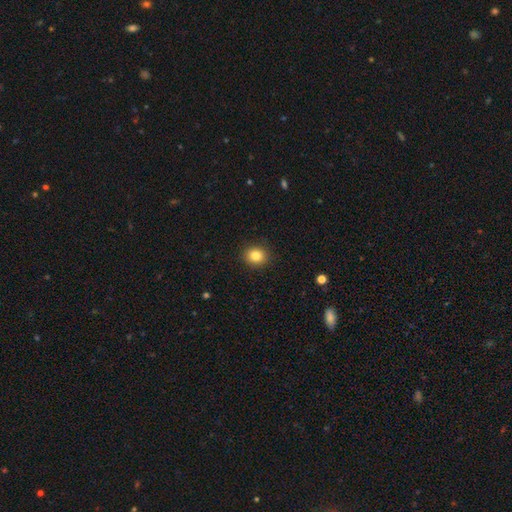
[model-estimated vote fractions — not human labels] Smooth or featured? Predicted: smooth (p=0.84). How rounded? Predicted: round (p=0.74). Merging? Predicted: none (p=0.91).